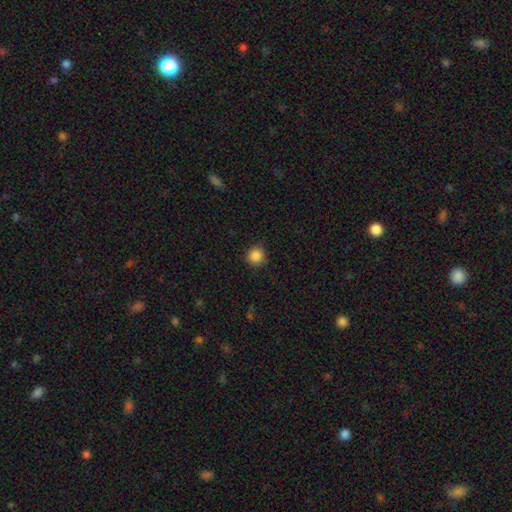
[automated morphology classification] type=smooth (87%); roundness=round (91%); merging=none (85%).